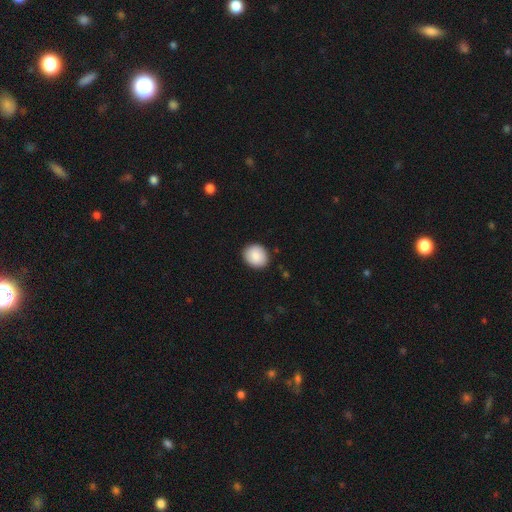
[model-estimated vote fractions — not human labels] Smooth or featured? smooth (87%)
How rounded? round (74%)
Merging? none (89%)